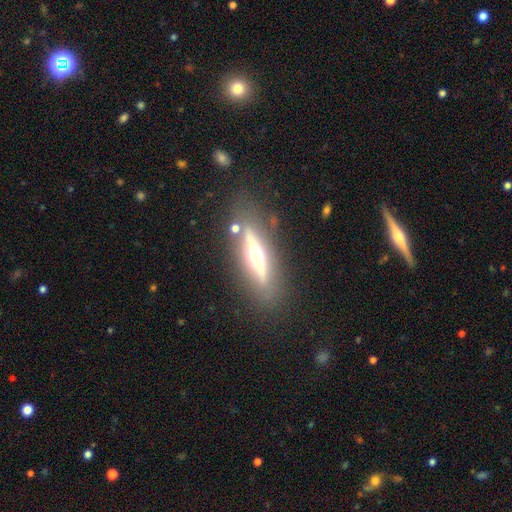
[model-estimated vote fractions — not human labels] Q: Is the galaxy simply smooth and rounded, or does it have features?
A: featured or disk — 67%.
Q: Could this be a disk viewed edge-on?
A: yes — 87%.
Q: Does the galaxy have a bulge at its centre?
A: rounded — 91%.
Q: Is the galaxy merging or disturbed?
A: none — 79%.